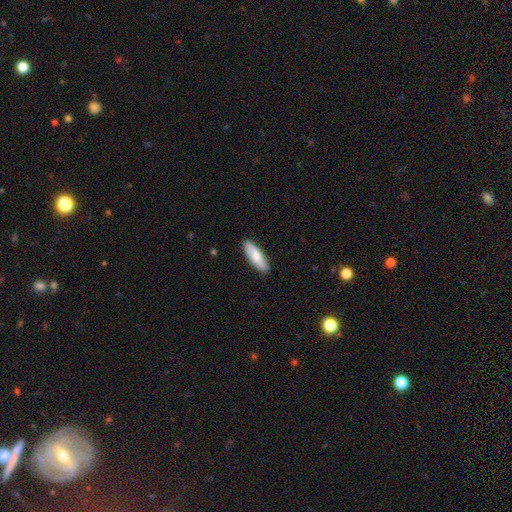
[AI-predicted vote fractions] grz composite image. It shows a smooth galaxy with no disk features (76%) that is in between round and cigar-shaped (49%, tied with cigar-shaped). Merging: none (89%).